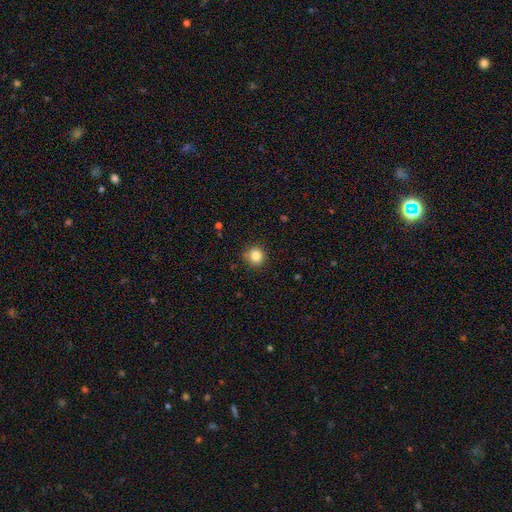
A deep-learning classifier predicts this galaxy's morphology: Overall: smooth (84%). How rounded: round (92%). Merging: none (86%).